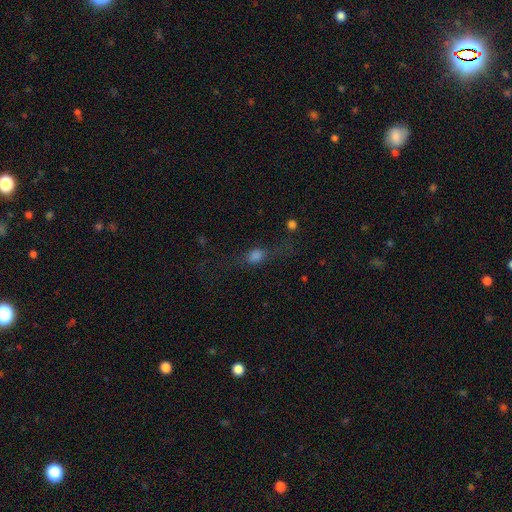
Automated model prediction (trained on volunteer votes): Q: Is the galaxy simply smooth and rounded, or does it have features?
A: smooth — 57%.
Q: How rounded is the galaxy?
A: in between — 48%.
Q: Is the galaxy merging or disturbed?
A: none — 51%.